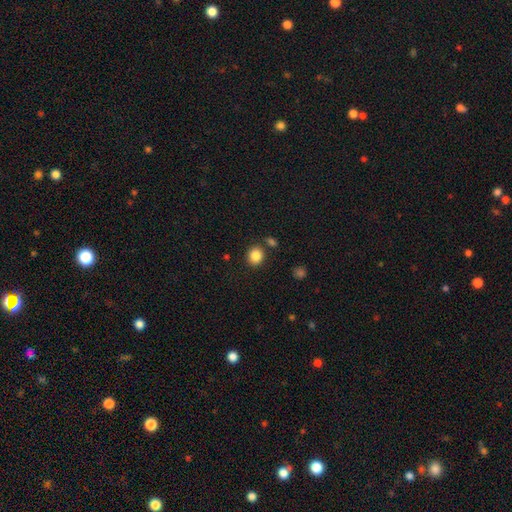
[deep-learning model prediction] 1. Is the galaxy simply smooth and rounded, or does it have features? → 86% smooth, 10% star or artifact, 4% featured or disk.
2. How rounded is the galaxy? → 77% round, 22% in between, 1% cigar-shaped.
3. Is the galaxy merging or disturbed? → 82% none, 8% minor disturbance, 6% merger, 3% major disturbance.